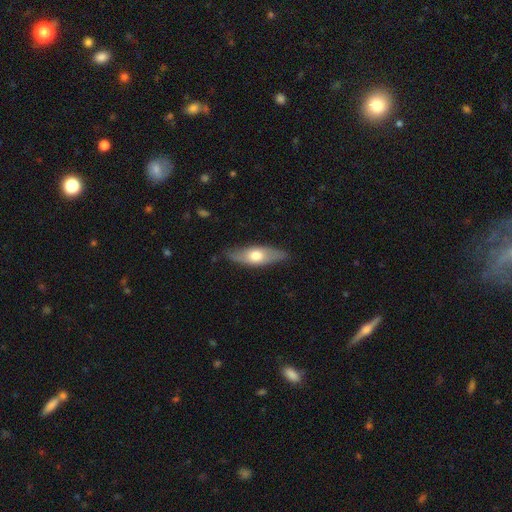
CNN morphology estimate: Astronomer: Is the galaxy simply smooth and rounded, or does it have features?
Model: smooth — 52% (runner-up: featured or disk, 42%).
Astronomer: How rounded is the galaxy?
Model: in between — 58% (runner-up: cigar-shaped, 39%).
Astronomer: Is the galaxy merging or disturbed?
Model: none — 81%.